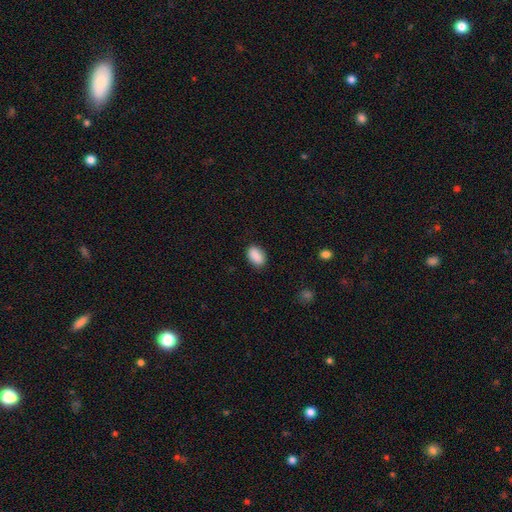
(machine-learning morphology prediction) Smooth or featured: smooth — 89% (star or artifact — 7%)
How rounded: in between — 89% (round — 9%)
Merging: none — 85% (minor disturbance — 11%)